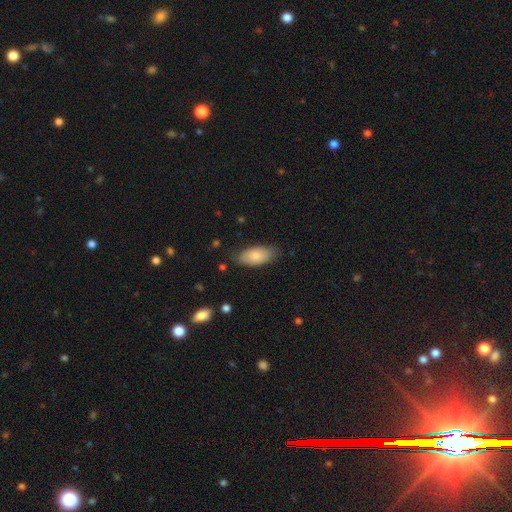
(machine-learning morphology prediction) Smooth or featured: smooth — 82% (featured or disk — 12%)
How rounded: in between — 92% (cigar-shaped — 5%)
Merging: none — 76% (minor disturbance — 19%)